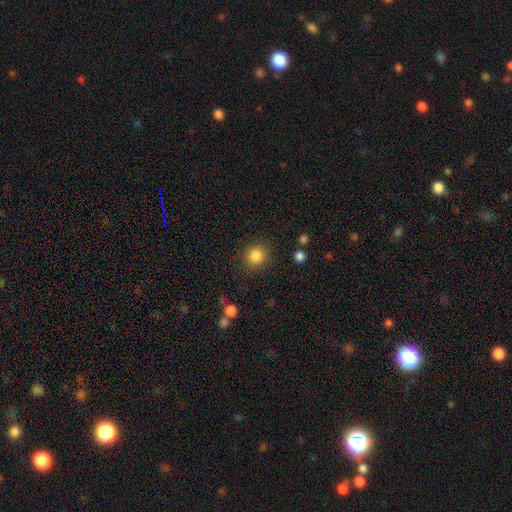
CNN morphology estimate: type=smooth (86%); roundness=round (88%); merging=none (86%).